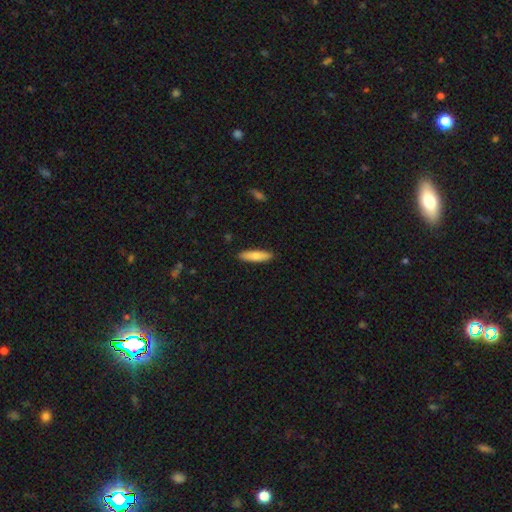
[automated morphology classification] Q: Smooth or featured?
A: smooth (75%); runner-up: featured or disk (20%)
Q: How rounded?
A: cigar-shaped (68%); runner-up: in between (31%)
Q: Merging?
A: none (90%); runner-up: minor disturbance (8%)